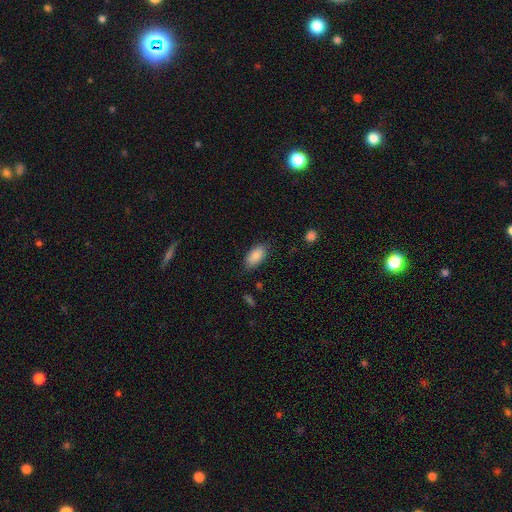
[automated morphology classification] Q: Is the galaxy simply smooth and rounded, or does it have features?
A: smooth — 88%.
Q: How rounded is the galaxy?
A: in between — 93%.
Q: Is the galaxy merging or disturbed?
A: none — 81%.